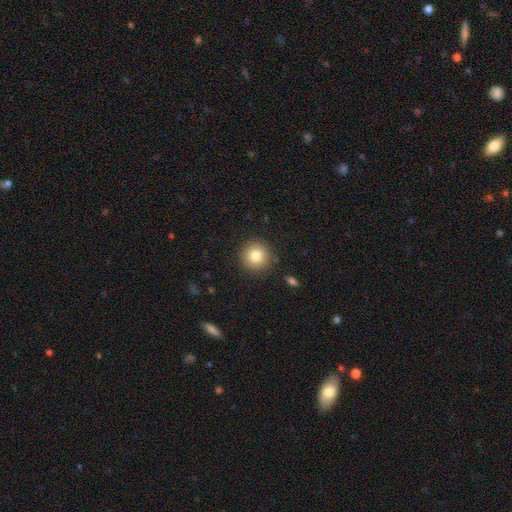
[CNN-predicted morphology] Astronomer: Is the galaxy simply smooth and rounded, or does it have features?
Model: smooth — 82%.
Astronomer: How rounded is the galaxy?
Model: round — 95%.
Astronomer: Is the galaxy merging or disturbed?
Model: none — 90%.